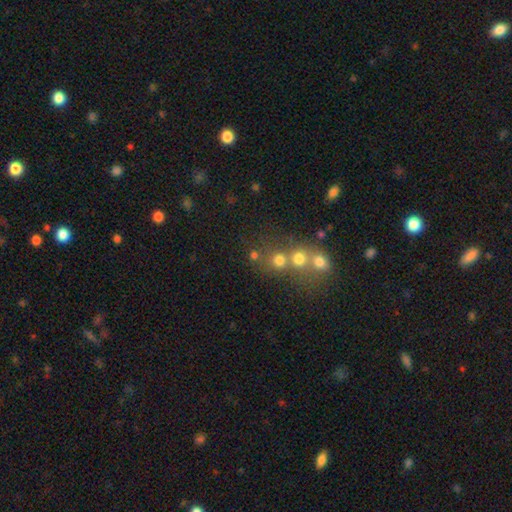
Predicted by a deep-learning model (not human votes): A smooth galaxy with no disk features (56%) that is round (80%).

Vote fractions:
- Smooth or featured? smooth: 56% / star or artifact: 26% / featured or disk: 18%
- How rounded? round: 80% / in between: 19% / cigar-shaped: 2%
- Merging? merger: 46% / none: 43% / minor disturbance: 7% / major disturbance: 4%